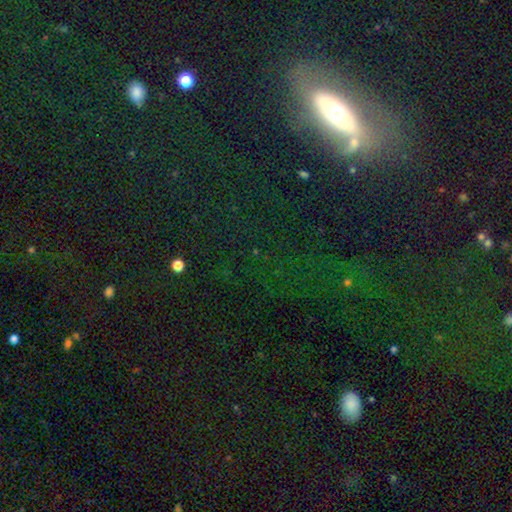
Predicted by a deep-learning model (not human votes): A star or artifact, not a galaxy (42%).

Vote fractions:
- Smooth or featured? star or artifact: 42% / smooth: 32% / featured or disk: 26%